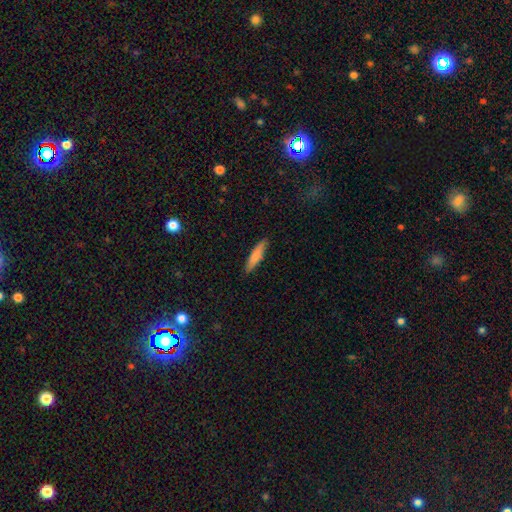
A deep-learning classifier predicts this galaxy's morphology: A smooth galaxy with no disk features (78%) that is cigar-shaped (82%). Merging: none (88%).